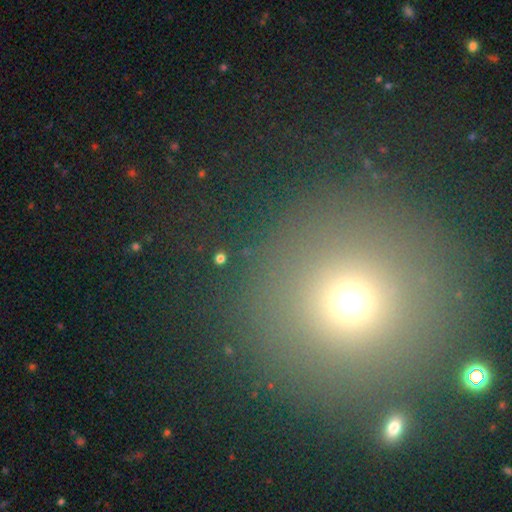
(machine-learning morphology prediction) smooth 63%, star or artifact 27%, featured or disk 10%. Down the decision tree: how rounded — round (96%); merging — none (85%).